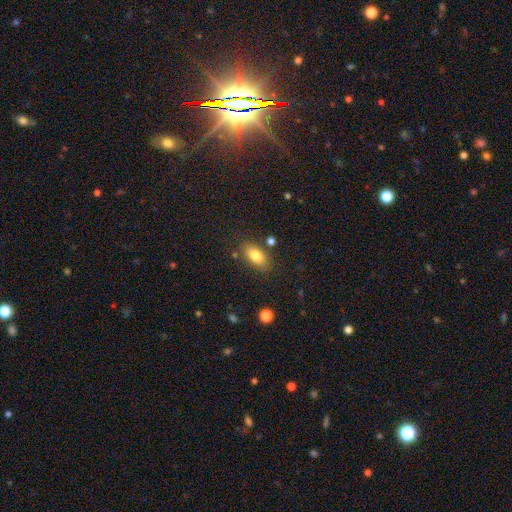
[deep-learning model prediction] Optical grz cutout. It shows a smooth galaxy with no disk features (81%) that is in between round and cigar-shaped (89%). Merging: none (78%).